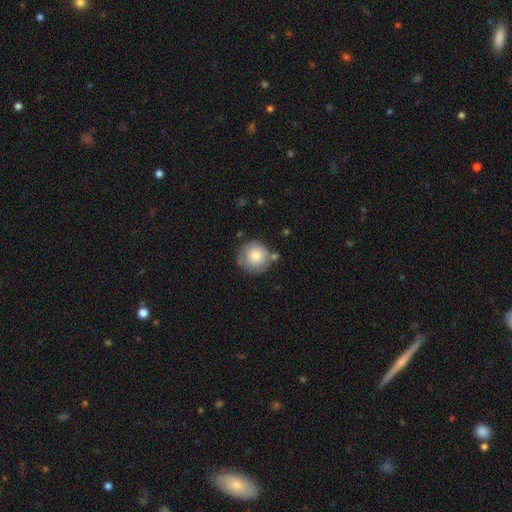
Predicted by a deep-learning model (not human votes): smooth 79%, featured or disk 14%, star or artifact 7%. Down the decision tree: how rounded — round (93%); merging — none (65%).